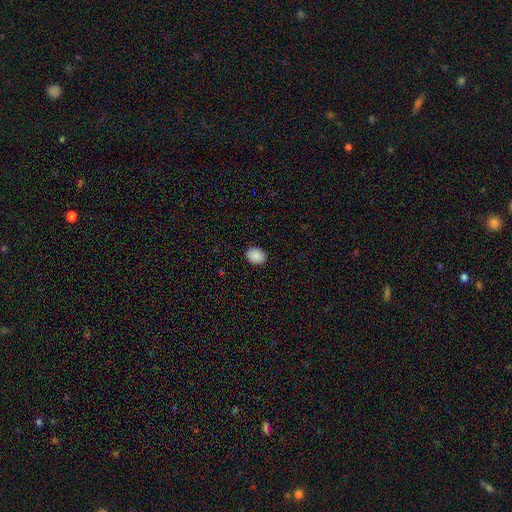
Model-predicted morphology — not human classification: A smooth galaxy with no disk features (89%) that is in between round and cigar-shaped (53%). Merging: none (89%).